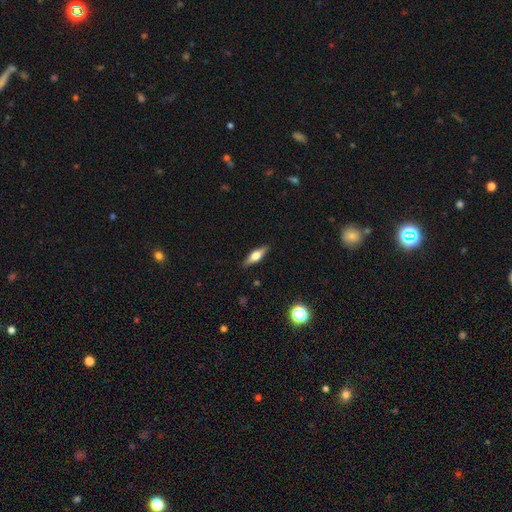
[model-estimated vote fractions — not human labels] A featured or disk galaxy (54%) viewed edge-on (94%) with a rounded central bulge (93%). Merging: none (89%).